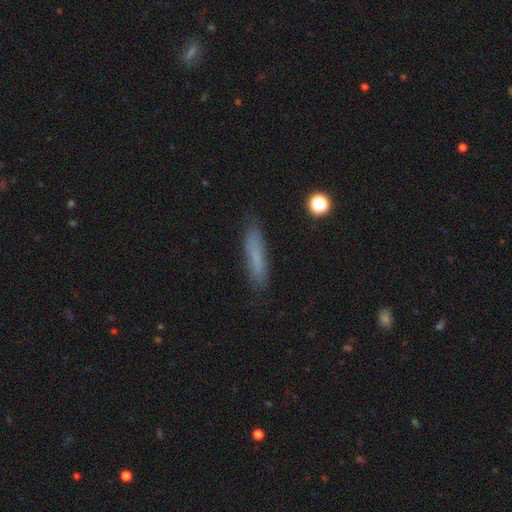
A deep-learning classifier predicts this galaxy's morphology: This is likely a smooth galaxy (70%). How rounded: clearly cigar-shaped (85%). Merging: clearly none (82%).